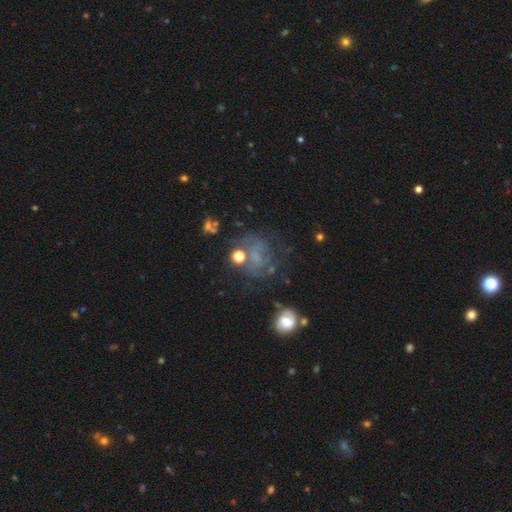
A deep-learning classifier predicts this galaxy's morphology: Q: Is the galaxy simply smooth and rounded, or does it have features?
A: featured or disk — 41%.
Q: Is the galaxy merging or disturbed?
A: none — 47%.